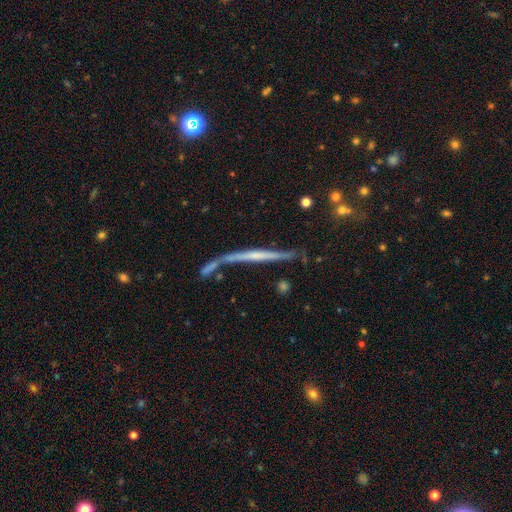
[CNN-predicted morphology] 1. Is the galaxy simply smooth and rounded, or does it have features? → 67% featured or disk, 24% smooth, 9% star or artifact.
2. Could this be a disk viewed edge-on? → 89% yes, 11% no.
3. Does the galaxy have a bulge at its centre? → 64% none, 24% rounded, 12% boxy.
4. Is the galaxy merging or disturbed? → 46% none, 21% merger, 19% minor disturbance, 13% major disturbance.